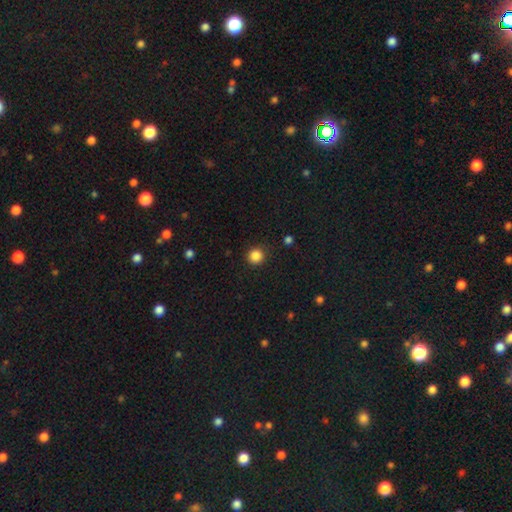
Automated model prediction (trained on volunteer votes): Q: Smooth or featured?
A: smooth (86%); runner-up: star or artifact (11%)
Q: How rounded?
A: round (93%); runner-up: in between (6%)
Q: Merging?
A: none (90%); runner-up: minor disturbance (7%)